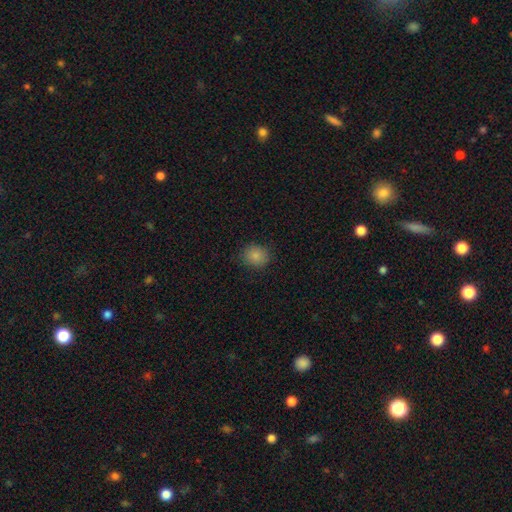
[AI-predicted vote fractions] A smooth galaxy with no disk features (84%) that is round (69%). Merging: none (85%).